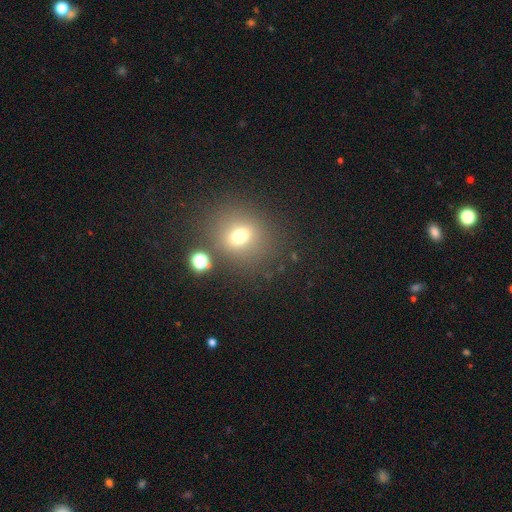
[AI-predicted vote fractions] This is likely a smooth galaxy (61%). How rounded: likely round (75%). Merging: likely none (78%).